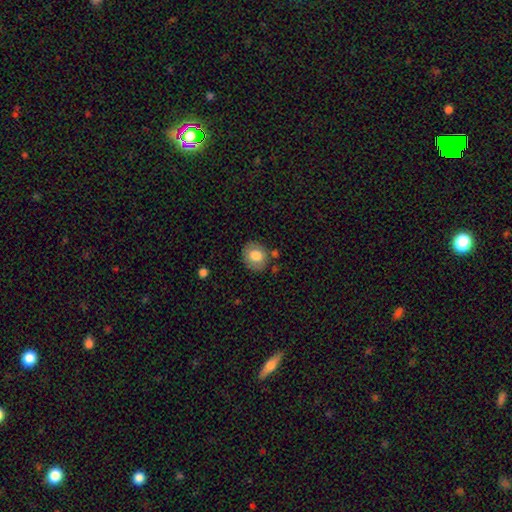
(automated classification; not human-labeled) smooth-or-featured: smooth: 78% | featured or disk: 14% | star or artifact: 8%
  how-rounded: round: 69% | in between: 31% | cigar-shaped: 1%
  merging: none: 77% | minor disturbance: 14% | merger: 5% | major disturbance: 3%